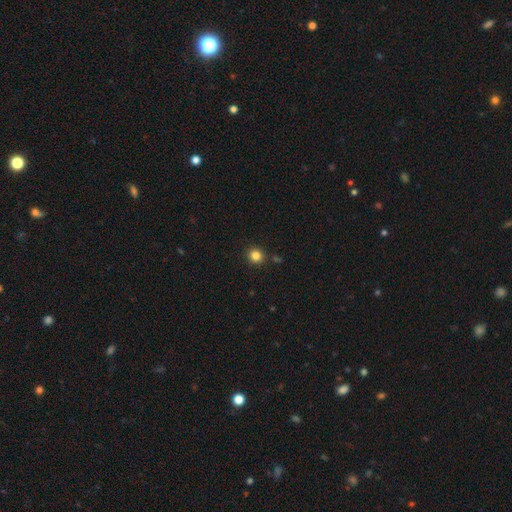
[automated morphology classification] Smooth or featured?
  - smooth: 82% *
  - star or artifact: 13%
  - featured or disk: 5%
How rounded?
  - round: 93% *
  - in between: 6%
  - cigar-shaped: 1%
Merging?
  - none: 89% *
  - minor disturbance: 6%
  - merger: 3%
  - major disturbance: 2%